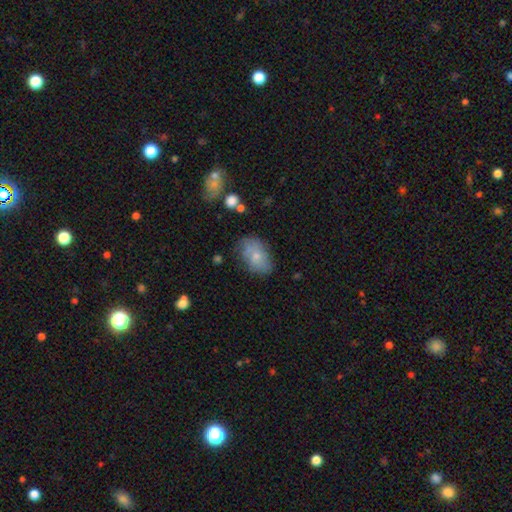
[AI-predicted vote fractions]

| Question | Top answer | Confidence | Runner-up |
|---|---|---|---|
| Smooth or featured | smooth | 64% | featured or disk (27%) |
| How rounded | in between | 85% | round (13%) |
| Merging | none | 61% | minor disturbance (26%) |